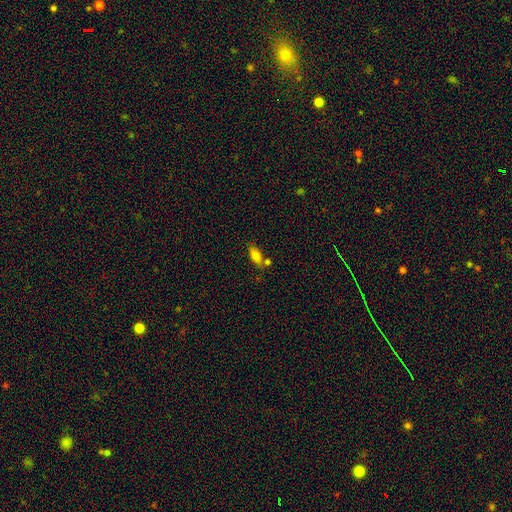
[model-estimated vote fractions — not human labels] A smooth galaxy with no disk features (80%) that is in between round and cigar-shaped (82%). Merging: none (62%).